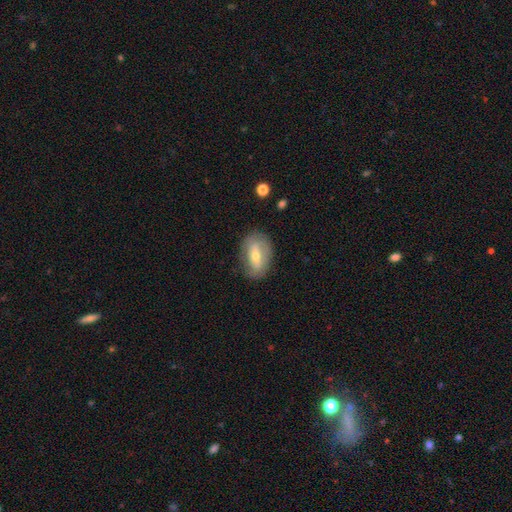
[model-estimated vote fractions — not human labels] Q: Smooth or featured?
A: featured or disk (47%); runner-up: smooth (46%)
Q: Merging?
A: none (77%); runner-up: minor disturbance (16%)